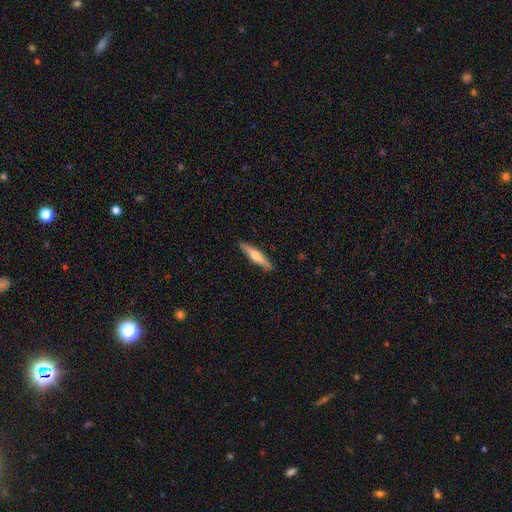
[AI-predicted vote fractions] Q: Smooth or featured?
A: smooth (54%); runner-up: featured or disk (40%)
Q: How rounded?
A: cigar-shaped (86%); runner-up: in between (12%)
Q: Merging?
A: none (89%); runner-up: minor disturbance (8%)